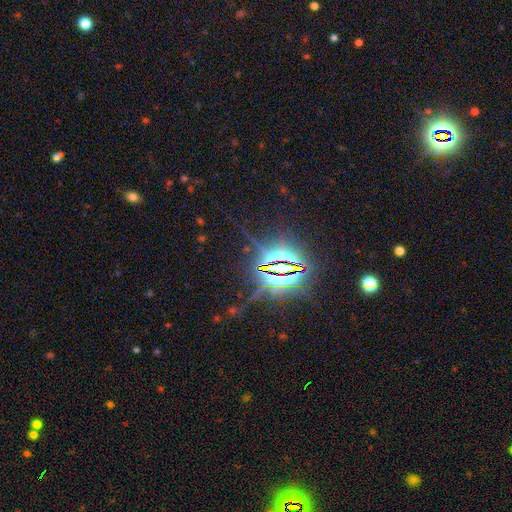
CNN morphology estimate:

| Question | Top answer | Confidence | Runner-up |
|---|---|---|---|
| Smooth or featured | star or artifact | 86% | smooth (7%) |